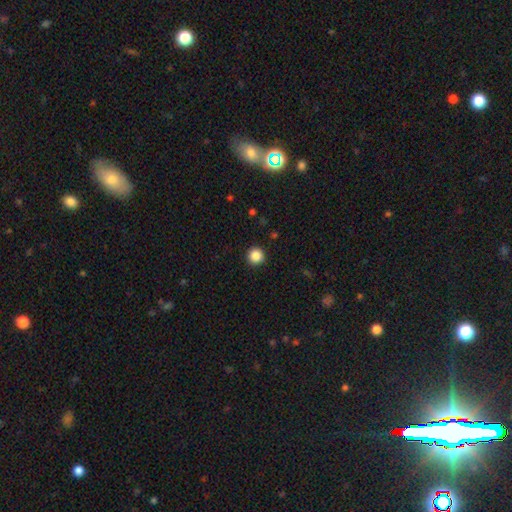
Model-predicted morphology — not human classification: smooth-or-featured: smooth: 87% | star or artifact: 11% | featured or disk: 3%
  how-rounded: round: 96% | in between: 3% | cigar-shaped: 1%
  merging: none: 92% | minor disturbance: 5% | major disturbance: 2% | merger: 1%